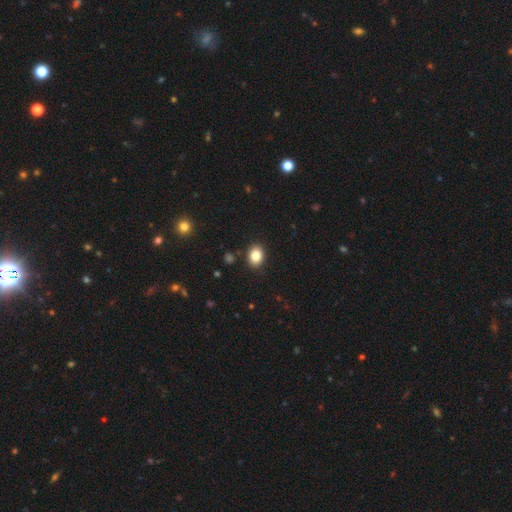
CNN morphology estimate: This appears to be a smooth galaxy with no disk features (85%) that is in between round and cigar-shaped (63%). Merging: none (89%).